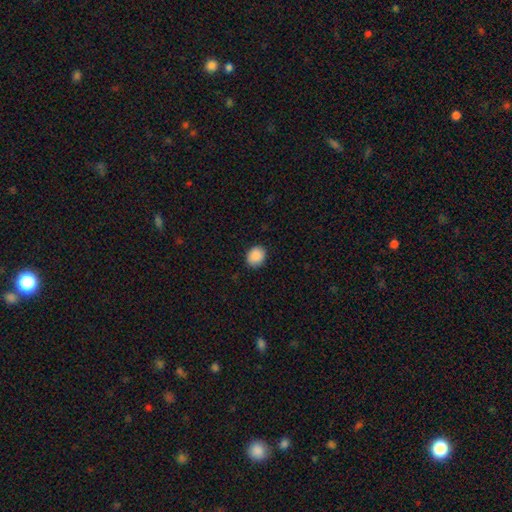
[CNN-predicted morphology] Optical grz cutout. It shows a smooth galaxy with no disk features (89%) that is round (60%). Merging: none (88%).